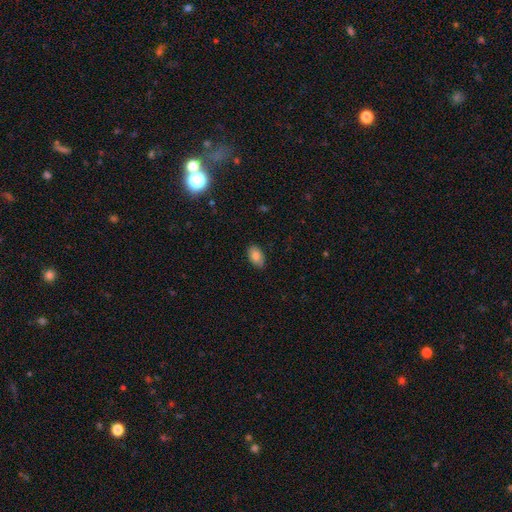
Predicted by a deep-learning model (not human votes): Smooth or featured? smooth (81%)
How rounded? in between (92%)
Merging? none (84%)